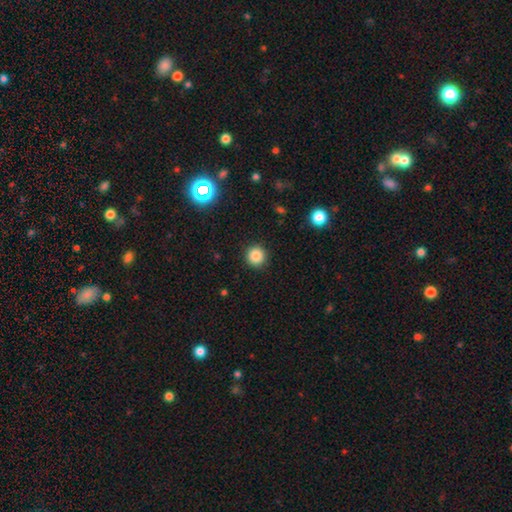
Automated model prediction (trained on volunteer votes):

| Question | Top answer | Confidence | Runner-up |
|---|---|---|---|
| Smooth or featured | smooth | 85% | star or artifact (11%) |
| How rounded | round | 95% | in between (4%) |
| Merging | none | 91% | minor disturbance (6%) |